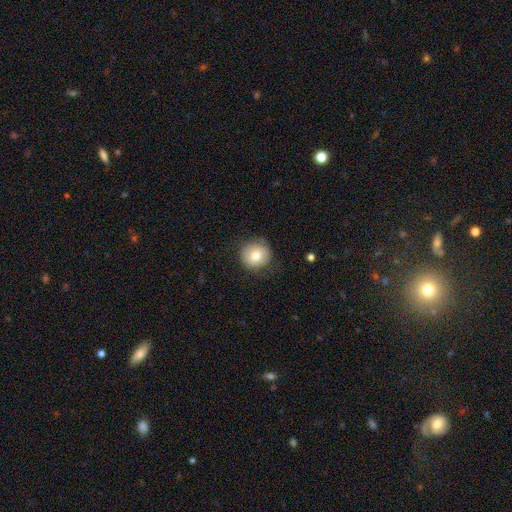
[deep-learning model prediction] A smooth galaxy with no disk features (78%) that is round (92%).

Vote fractions:
- Smooth or featured? smooth: 78% / featured or disk: 13% / star or artifact: 8%
- How rounded? round: 92% / in between: 7% / cigar-shaped: 1%
- Merging? none: 78% / minor disturbance: 16% / major disturbance: 4% / merger: 1%